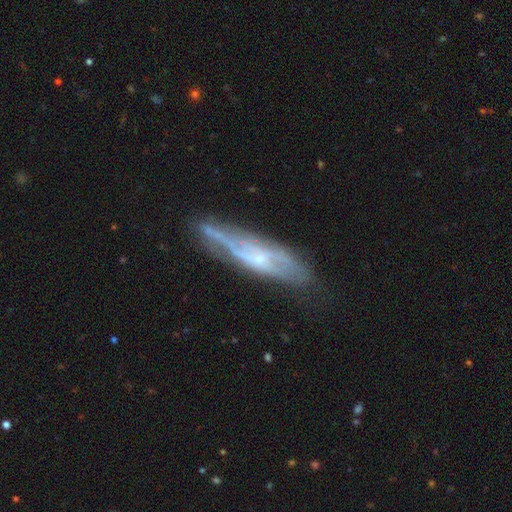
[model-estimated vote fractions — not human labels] The model was most divided on "edge-on disk": yes: 56%, no: 44%. More confident: smooth or featured — featured or disk (71%); merging — none (63%).